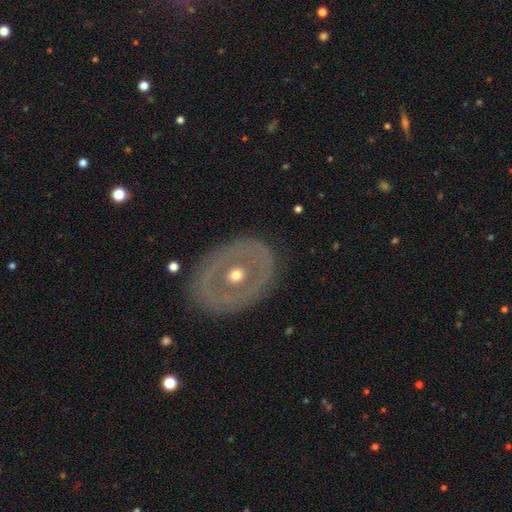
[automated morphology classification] A featured or disk galaxy (62%) with no bar (78%), no spiral arms (87%) and a moderate central bulge (51%).

Vote fractions:
- Smooth or featured? featured or disk: 62% / smooth: 29% / star or artifact: 9%
- Edge-on disk? no: 92% / yes: 8%
- Bar? no: 78% / weak: 14% / strong: 8%
- Spiral arms? no: 87% / yes: 13%
- Bulge size? moderate: 51% / small: 46% / large: 2% / dominant: 1% / none: 1%
- Merging? none: 85% / minor disturbance: 10% / major disturbance: 4% / merger: 1%